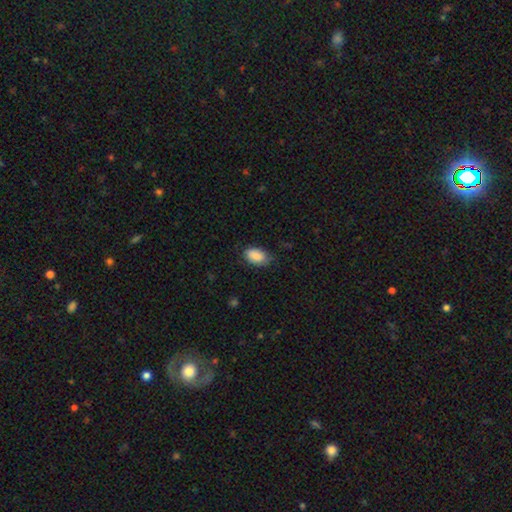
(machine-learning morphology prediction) Smooth or featured?
  - smooth: 89% *
  - star or artifact: 7%
  - featured or disk: 4%
How rounded?
  - in between: 92% *
  - round: 7%
  - cigar-shaped: 1%
Merging?
  - none: 72% *
  - minor disturbance: 22%
  - major disturbance: 4%
  - merger: 1%